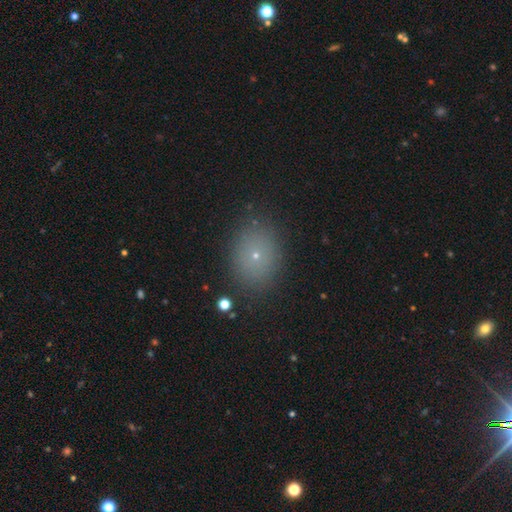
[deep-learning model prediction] This is likely a smooth galaxy (68%). How rounded: possibly round (53%). Merging: clearly none (86%).